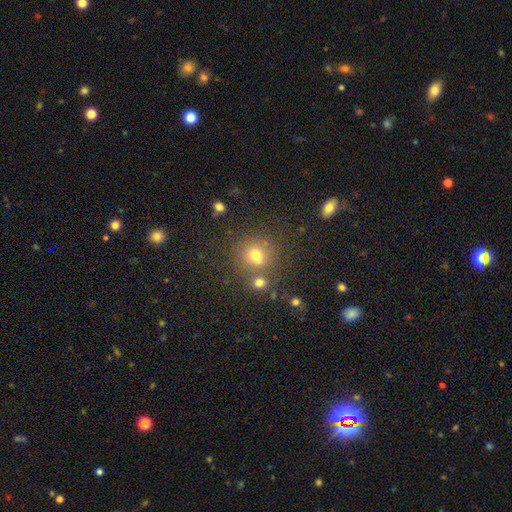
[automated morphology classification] smooth 69%, star or artifact 19%, featured or disk 12%. Down the decision tree: how rounded — round (82%); merging — none (61%).